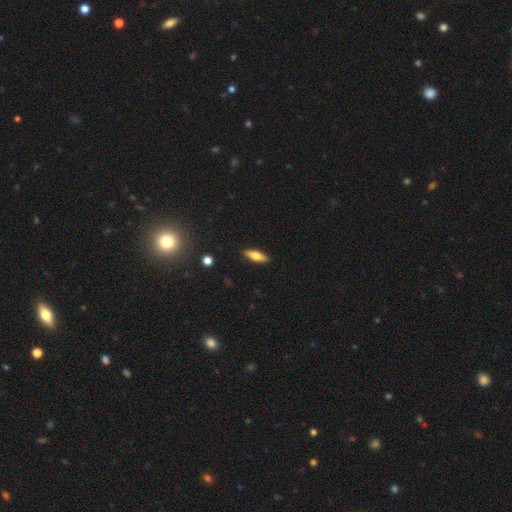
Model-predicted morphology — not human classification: Smooth or featured? Predicted: smooth (p=0.68). How rounded? Predicted: in between (p=0.50). Merging? Predicted: none (p=0.89).